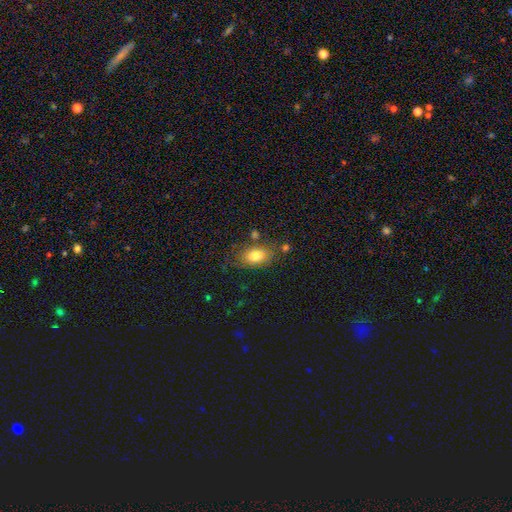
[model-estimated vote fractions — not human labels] This appears to be a smooth galaxy with no disk features (78%) that is in between round and cigar-shaped (84%). Merging: none (70%).